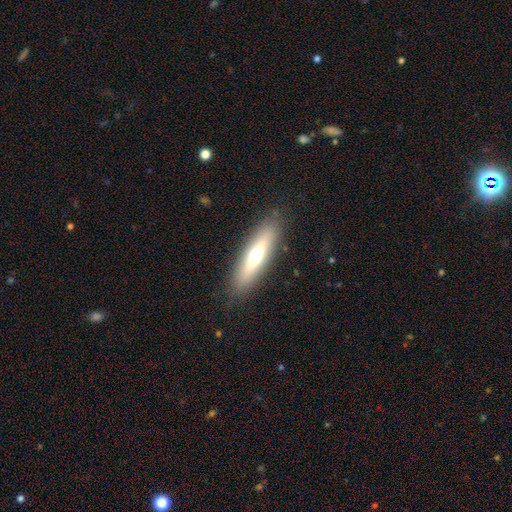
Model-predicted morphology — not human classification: Smooth or featured? smooth (53%)
How rounded? cigar-shaped (65%)
Merging? none (87%)